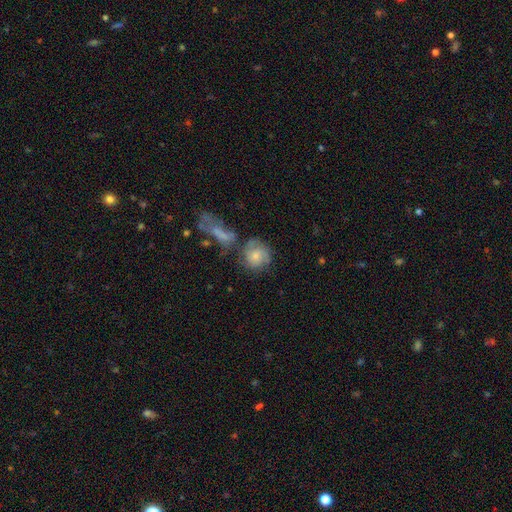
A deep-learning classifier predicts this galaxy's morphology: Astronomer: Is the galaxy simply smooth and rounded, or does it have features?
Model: featured or disk — 52% (runner-up: smooth, 40%).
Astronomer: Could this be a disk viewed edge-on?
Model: no — 96%.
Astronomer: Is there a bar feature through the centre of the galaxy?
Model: no — 75%.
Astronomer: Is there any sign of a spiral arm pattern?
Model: yes — 82%.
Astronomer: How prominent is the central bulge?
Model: small — 43% (runner-up: moderate, 40%).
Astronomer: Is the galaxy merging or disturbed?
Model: none — 46% (runner-up: merger, 22%).